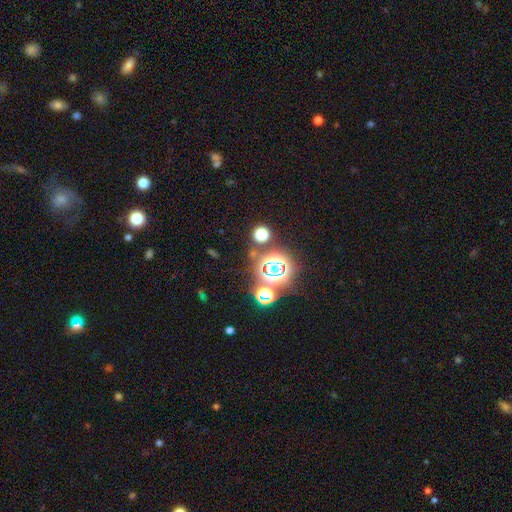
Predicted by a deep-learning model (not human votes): This is likely a star or artifact rather than a galaxy (71%).